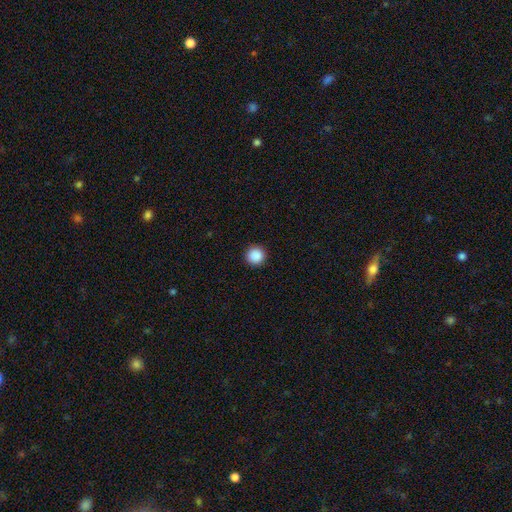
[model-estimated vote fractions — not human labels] smooth 89%, star or artifact 9%, featured or disk 2%. Down the decision tree: how rounded — round (96%); merging — none (93%).